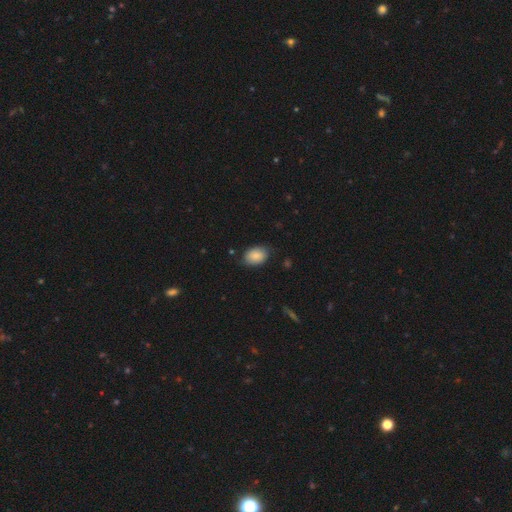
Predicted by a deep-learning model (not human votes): This is clearly a smooth galaxy (86%). How rounded: clearly in between (82%). Merging: likely none (76%).